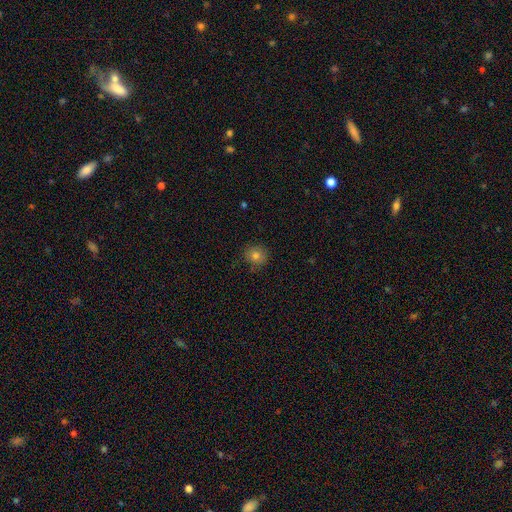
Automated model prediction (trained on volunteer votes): Morphology: type=smooth (78%); roundness=round (89%); merging=none (85%).